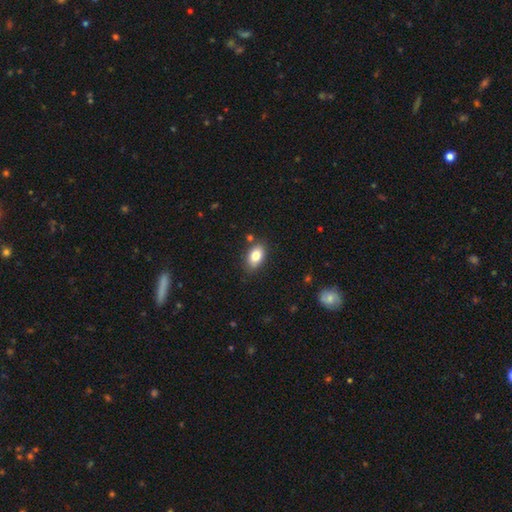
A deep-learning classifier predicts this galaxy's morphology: This appears to be a smooth galaxy with no disk features (81%) that is in between round and cigar-shaped (90%). Merging: none (82%).